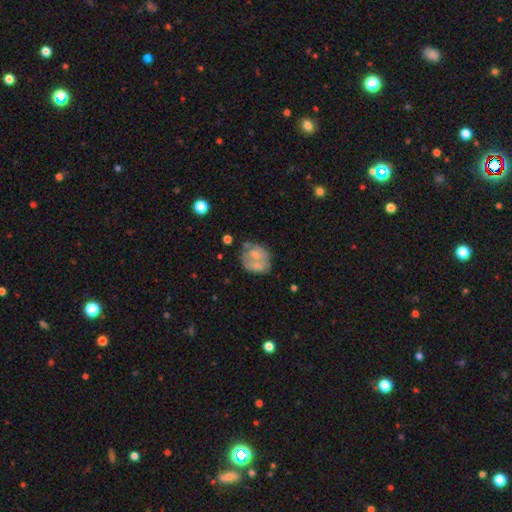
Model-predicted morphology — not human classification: A smooth galaxy with no disk features (49%).

Vote fractions:
- Smooth or featured? smooth: 49% / featured or disk: 44% / star or artifact: 8%
- Merging? none: 38% / merger: 29% / minor disturbance: 21% / major disturbance: 13%